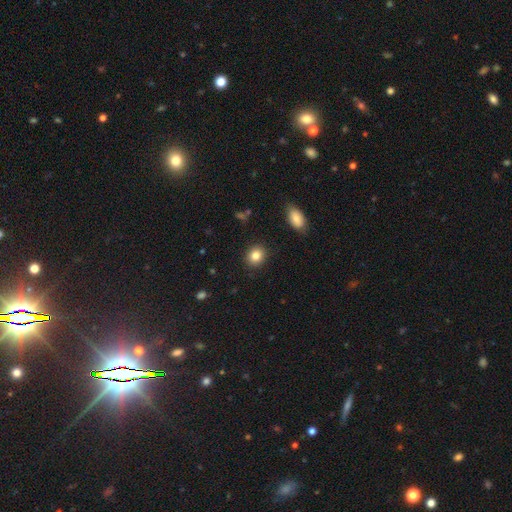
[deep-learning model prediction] Smooth or featured? smooth (84%)
How rounded? round (68%)
Merging? none (90%)